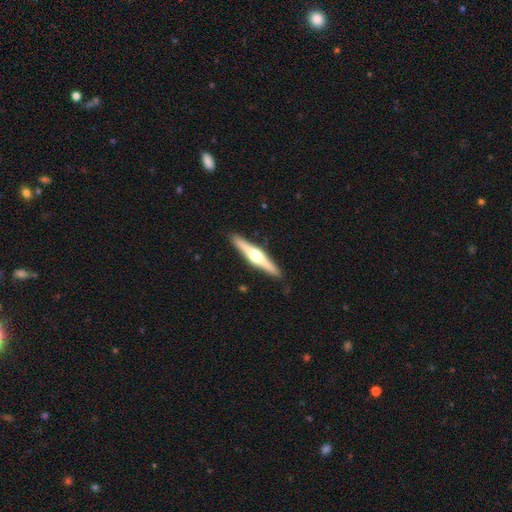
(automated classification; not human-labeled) A featured or disk galaxy (74%) viewed edge-on (98%) with a rounded central bulge (95%).

Vote fractions:
- Smooth or featured? featured or disk: 74% / smooth: 21% / star or artifact: 5%
- Edge-on disk? yes: 98% / no: 2%
- Edge-on bulge? rounded: 95% / boxy: 3% / none: 2%
- Merging? none: 91% / minor disturbance: 6% / major disturbance: 1% / merger: 1%